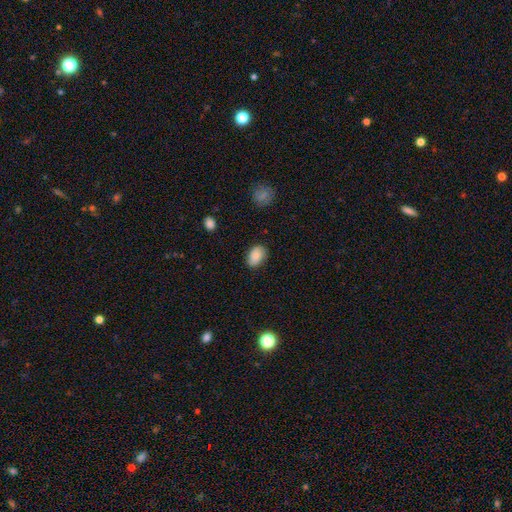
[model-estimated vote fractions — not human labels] Q: Smooth or featured?
A: smooth (83%); runner-up: featured or disk (9%)
Q: How rounded?
A: in between (88%); runner-up: round (11%)
Q: Merging?
A: none (78%); runner-up: minor disturbance (17%)